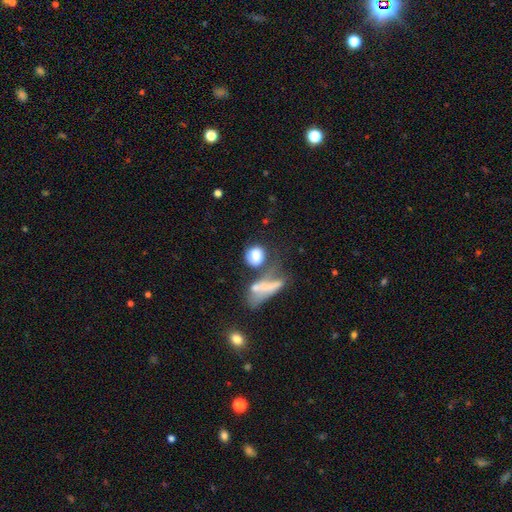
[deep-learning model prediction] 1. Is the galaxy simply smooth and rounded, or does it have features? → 74% smooth, 18% featured or disk, 9% star or artifact.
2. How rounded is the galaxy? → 61% round, 35% in between, 4% cigar-shaped.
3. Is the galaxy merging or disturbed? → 37% merger, 31% none, 18% major disturbance, 14% minor disturbance.